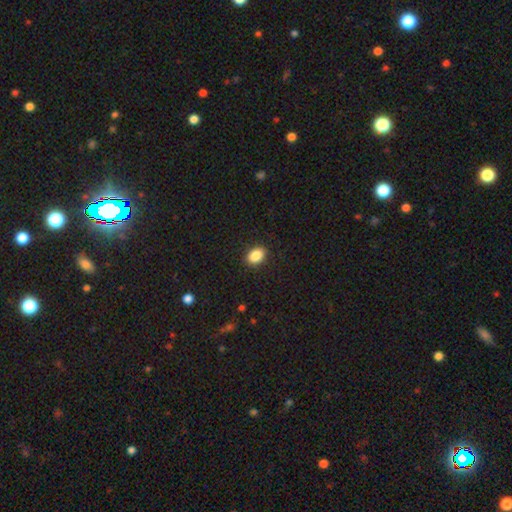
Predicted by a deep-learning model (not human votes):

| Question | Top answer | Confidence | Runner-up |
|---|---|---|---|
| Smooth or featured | smooth | 87% | star or artifact (8%) |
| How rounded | in between | 81% | round (17%) |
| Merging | none | 90% | minor disturbance (7%) |